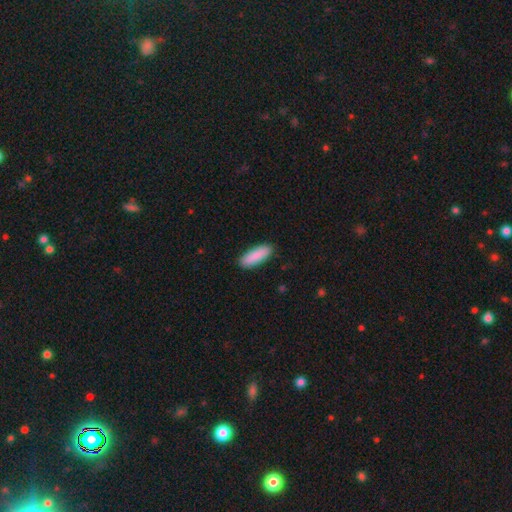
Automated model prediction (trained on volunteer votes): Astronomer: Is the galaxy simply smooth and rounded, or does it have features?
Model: smooth — 90%.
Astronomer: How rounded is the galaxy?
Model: in between — 57% (runner-up: cigar-shaped, 41%).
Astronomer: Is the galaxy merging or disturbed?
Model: none — 90%.